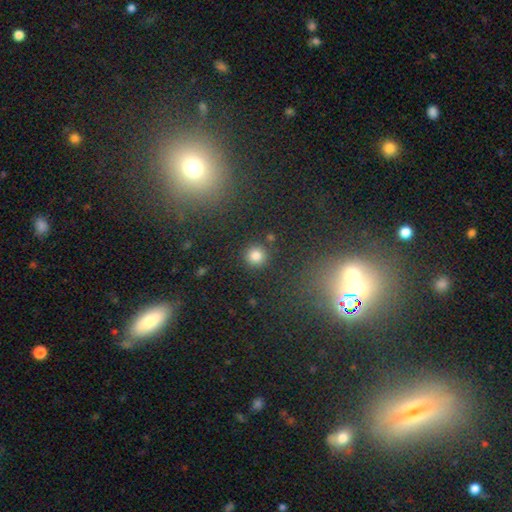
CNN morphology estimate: The model was most divided on "smooth or featured": smooth: 82%, star or artifact: 14%, featured or disk: 4%. More confident: how rounded — round (93%); merging — none (87%).